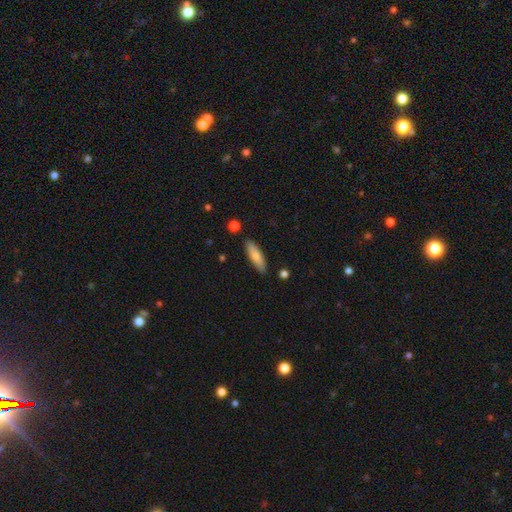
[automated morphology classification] smooth_or_featured: smooth (p=0.79) [alt: featured or disk p=0.15]
how_rounded: cigar-shaped (p=0.58) [alt: in between p=0.40]
merging: none (p=0.87) [alt: minor disturbance p=0.09]